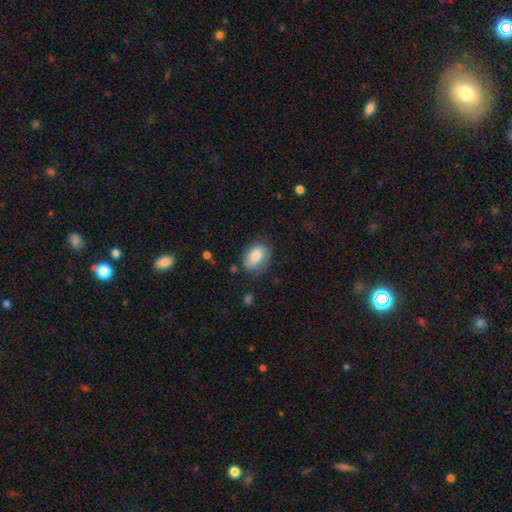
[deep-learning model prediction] The model was most divided on "merging": none: 66%, minor disturbance: 24%, major disturbance: 8%, merger: 2%. More confident: how rounded — in between (85%); smooth or featured — smooth (81%).